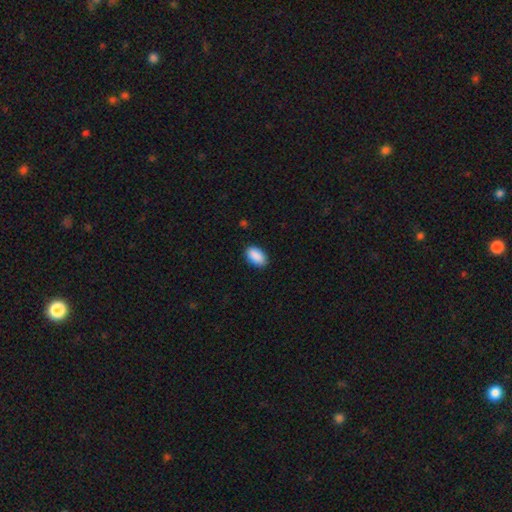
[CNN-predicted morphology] Q: Smooth or featured?
A: smooth (91%); runner-up: star or artifact (7%)
Q: How rounded?
A: in between (94%); runner-up: round (5%)
Q: Merging?
A: none (88%); runner-up: minor disturbance (9%)